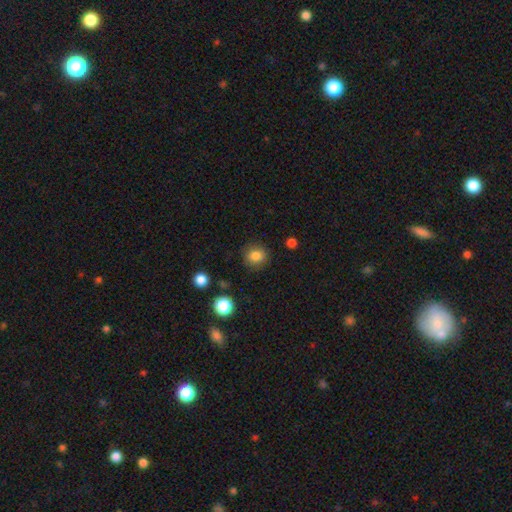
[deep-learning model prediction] smooth 84%, star or artifact 11%, featured or disk 5%. Down the decision tree: how rounded — round (87%); merging — none (87%).